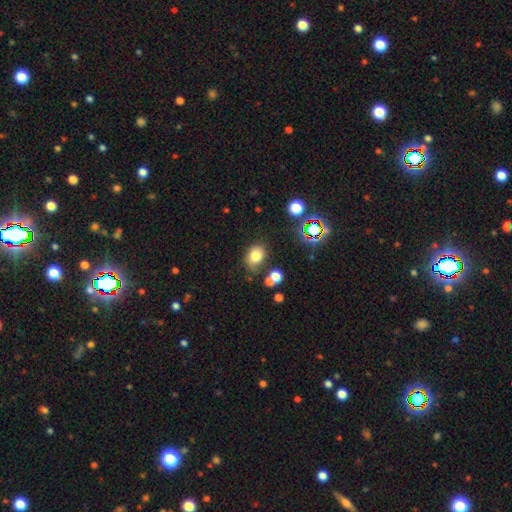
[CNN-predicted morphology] Smooth or featured: smooth — 77% (star or artifact — 15%)
How rounded: in between — 65% (round — 34%)
Merging: none — 69% (minor disturbance — 17%)